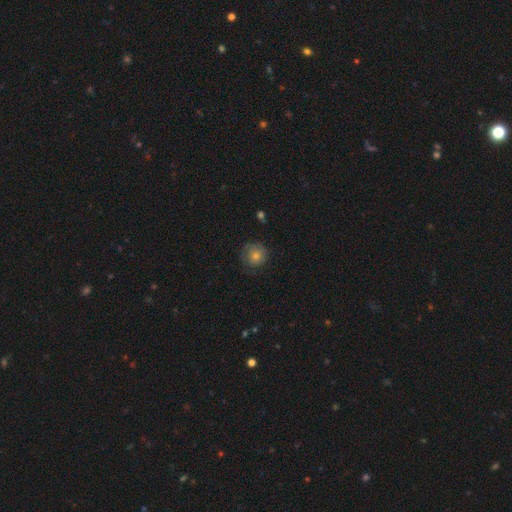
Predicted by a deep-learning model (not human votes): Morphology: type=smooth (64%); roundness=round (91%); merging=none (77%).